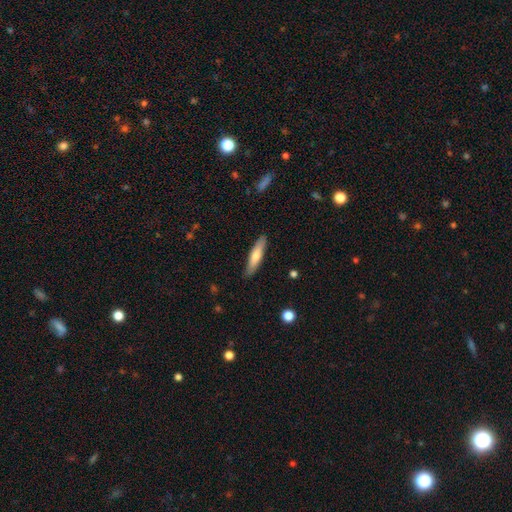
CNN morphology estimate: This appears to be a smooth galaxy with no disk features (66%) that is cigar-shaped (80%). Merging: none (88%).